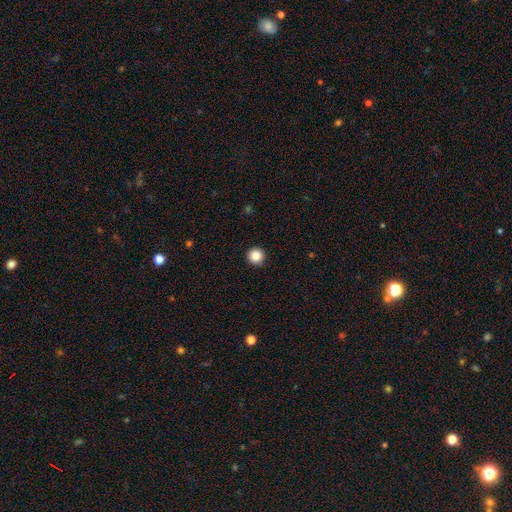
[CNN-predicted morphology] A smooth galaxy with no disk features (86%) that is round (96%). Merging: none (94%).